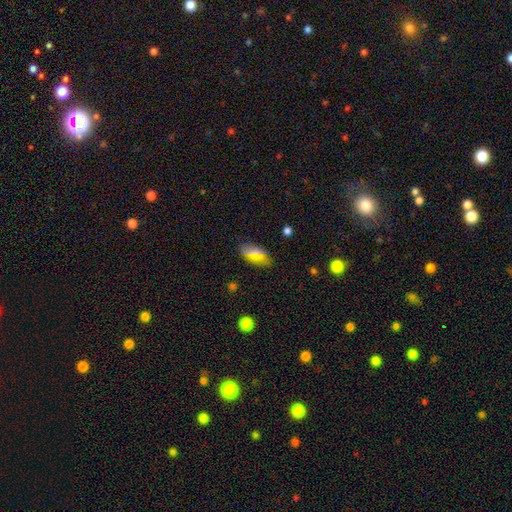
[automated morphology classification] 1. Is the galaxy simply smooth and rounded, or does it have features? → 68% smooth, 18% star or artifact, 13% featured or disk.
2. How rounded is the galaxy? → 87% in between, 8% cigar-shaped, 5% round.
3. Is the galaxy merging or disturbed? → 83% none, 12% minor disturbance, 3% major disturbance, 2% merger.